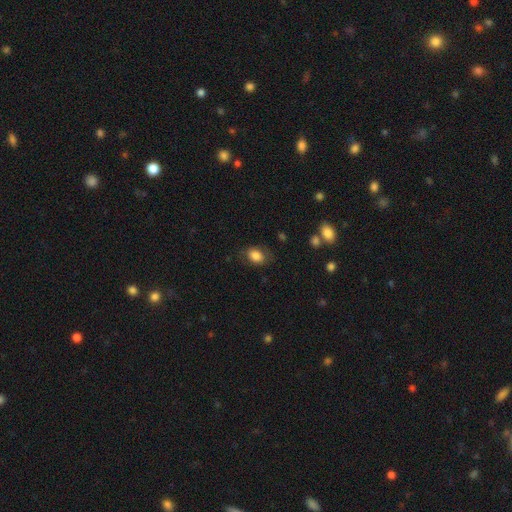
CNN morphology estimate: type=smooth (84%); roundness=in between (72%); merging=none (74%).